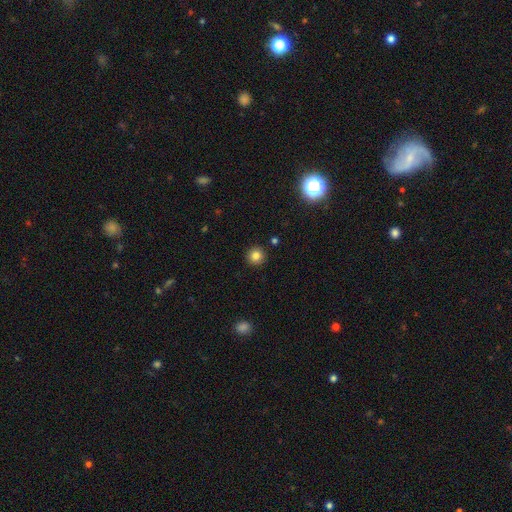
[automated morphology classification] smooth_or_featured: smooth (p=0.82) [alt: star or artifact p=0.12]
how_rounded: round (p=0.95) [alt: in between p=0.04]
merging: none (p=0.92) [alt: minor disturbance p=0.05]